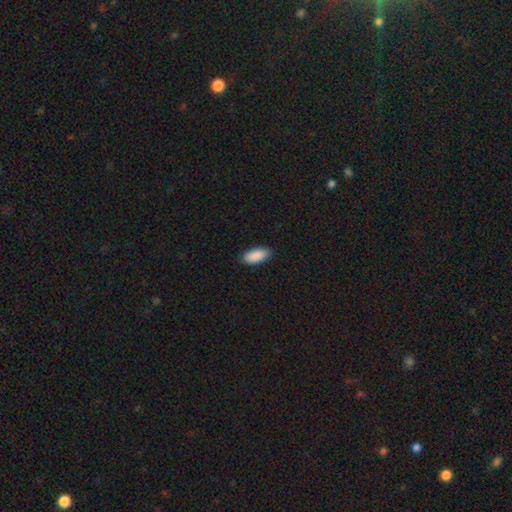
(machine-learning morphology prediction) A smooth galaxy with no disk features (91%) that is in between round and cigar-shaped (89%). Merging: none (87%).